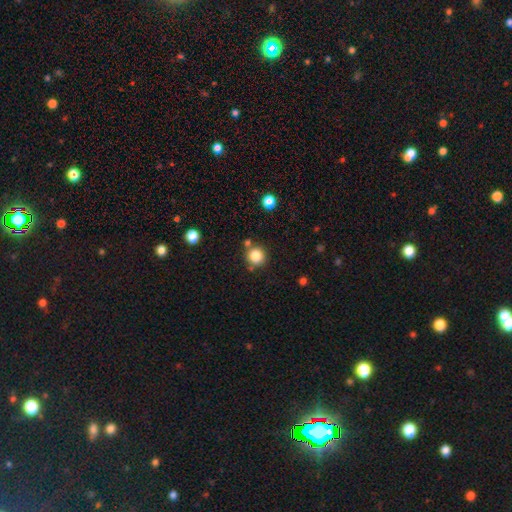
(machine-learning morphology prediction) Smooth or featured? smooth (84%)
How rounded? round (94%)
Merging? none (78%)